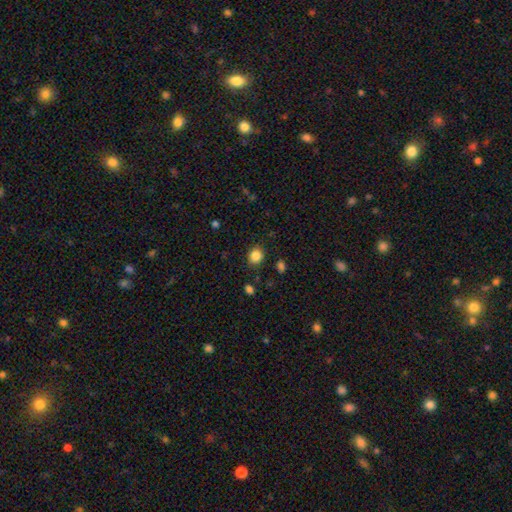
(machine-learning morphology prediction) Smooth or featured? smooth (86%)
How rounded? round (77%)
Merging? none (87%)